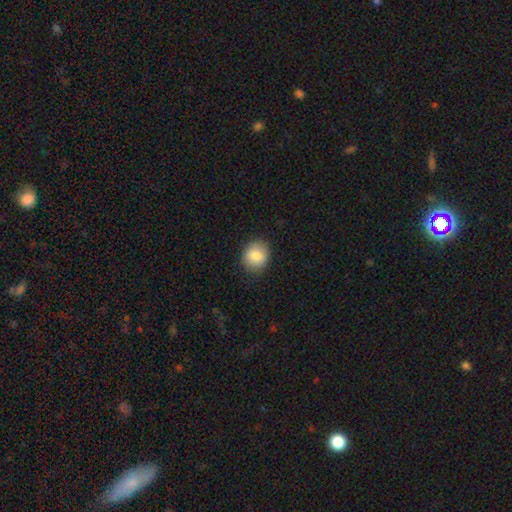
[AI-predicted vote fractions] This is clearly a smooth galaxy (84%). How rounded: likely round (66%). Merging: clearly none (85%).